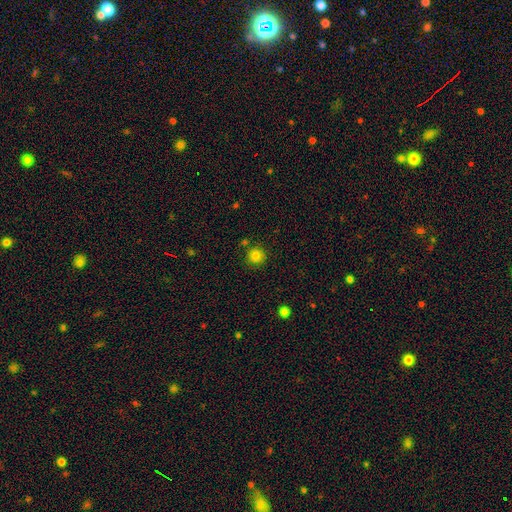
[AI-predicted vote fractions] A smooth galaxy with no disk features (83%) that is round (93%).

Vote fractions:
- Smooth or featured? smooth: 83% / star or artifact: 12% / featured or disk: 5%
- How rounded? round: 93% / in between: 6% / cigar-shaped: 1%
- Merging? none: 84% / minor disturbance: 8% / merger: 5% / major disturbance: 2%